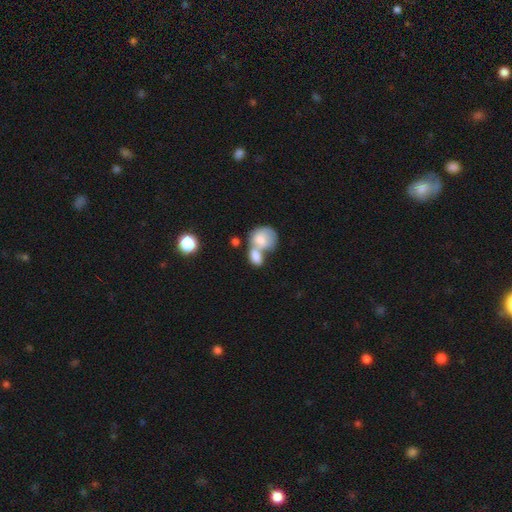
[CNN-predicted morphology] This appears to be a smooth galaxy with no disk features (76%) that is in between round and cigar-shaped (66%). Merging: merger (68%).